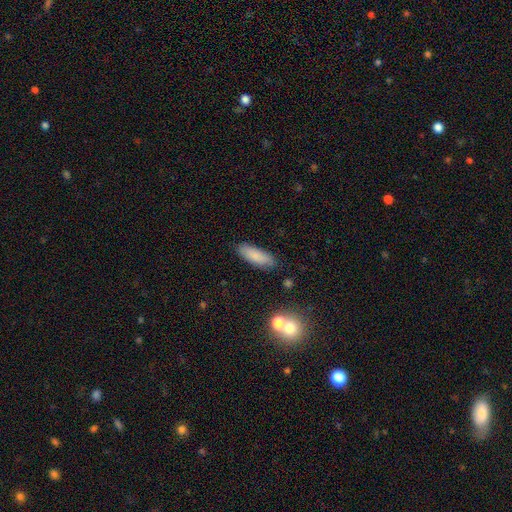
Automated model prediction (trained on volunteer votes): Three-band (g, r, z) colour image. It shows a smooth galaxy with no disk features (83%) that is in between round and cigar-shaped (54%). Merging: none (86%).